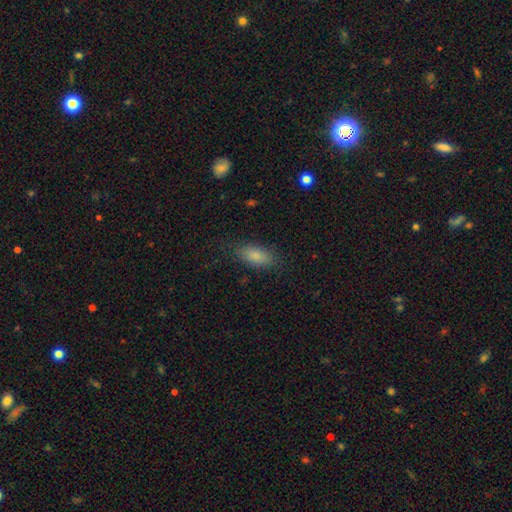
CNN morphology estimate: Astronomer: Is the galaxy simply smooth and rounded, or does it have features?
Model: smooth — 84%.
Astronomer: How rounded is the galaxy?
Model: in between — 85%.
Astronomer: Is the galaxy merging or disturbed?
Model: none — 80%.